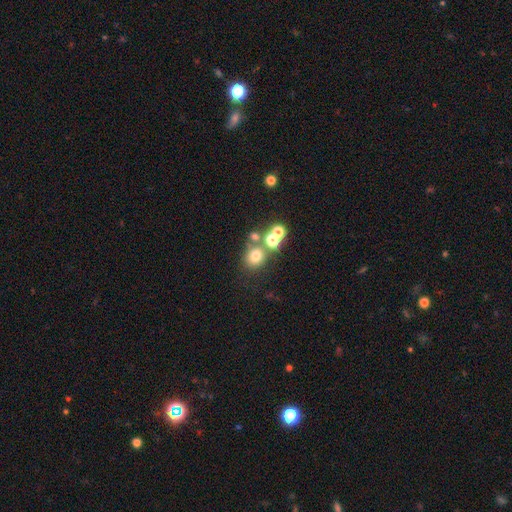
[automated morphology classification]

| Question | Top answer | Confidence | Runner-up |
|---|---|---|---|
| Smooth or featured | smooth | 68% | star or artifact (19%) |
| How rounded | round | 78% | in between (21%) |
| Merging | none | 55% | merger (30%) |